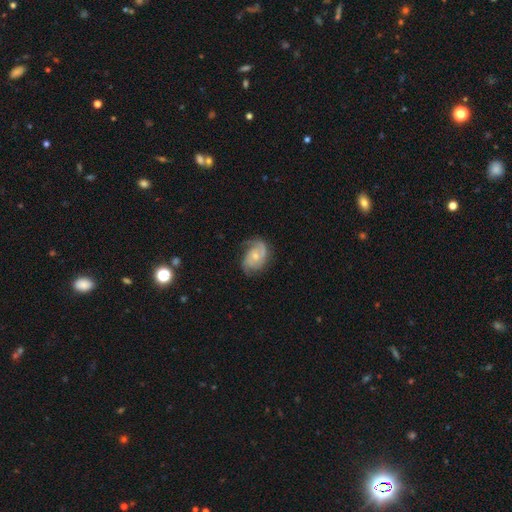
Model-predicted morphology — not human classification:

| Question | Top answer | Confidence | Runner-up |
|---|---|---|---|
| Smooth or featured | featured or disk | 76% | smooth (18%) |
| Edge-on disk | no | 97% | yes (3%) |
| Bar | no | 70% | weak (26%) |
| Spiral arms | yes | 93% | no (7%) |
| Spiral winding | medium | 42% | tight (34%) |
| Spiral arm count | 2 | 55% | 1 (17%) |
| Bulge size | small | 51% | moderate (44%) |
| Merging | none | 59% | minor disturbance (25%) |